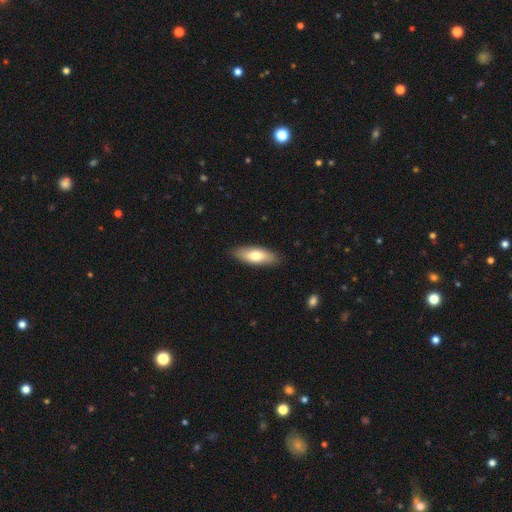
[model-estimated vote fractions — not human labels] smooth_or_featured: smooth (p=0.72) [alt: featured or disk p=0.22]
how_rounded: in between (p=0.70) [alt: cigar-shaped p=0.28]
merging: none (p=0.87) [alt: minor disturbance p=0.10]